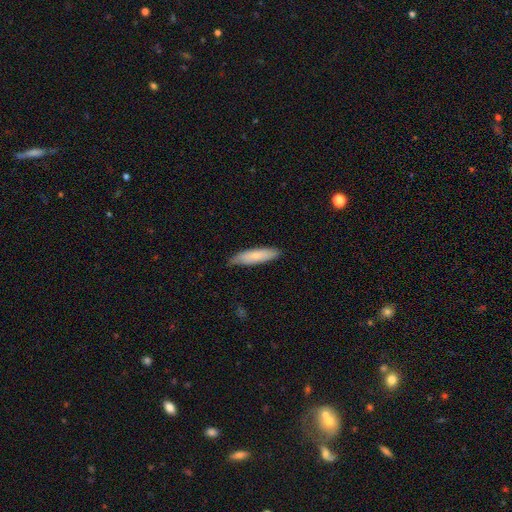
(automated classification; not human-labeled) This appears to be a smooth galaxy with no disk features (75%) that is cigar-shaped (72%). Merging: none (76%).